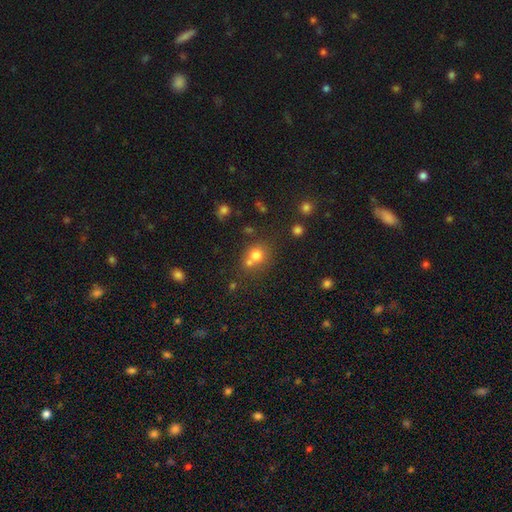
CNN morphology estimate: This appears to be a smooth galaxy with no disk features (74%) that is round (82%). Merging: none (47%).